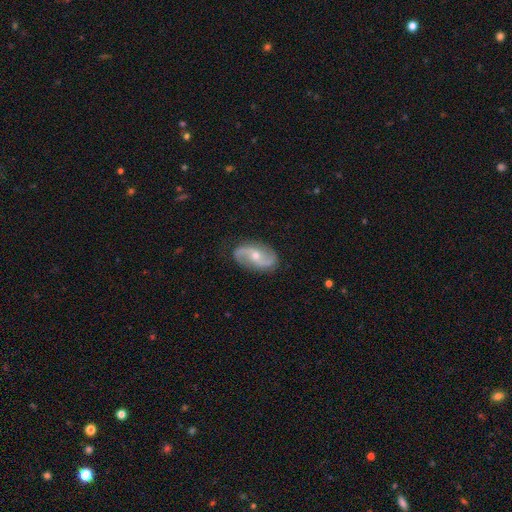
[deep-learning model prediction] A featured or disk galaxy (86%) with no bar (53%), 2 (92%) loose (53%) spiral arms (96%) and a moderate central bulge (50%).

Vote fractions:
- Smooth or featured? featured or disk: 86% / smooth: 9% / star or artifact: 5%
- Edge-on disk? no: 96% / yes: 4%
- Bar? no: 53% / weak: 34% / strong: 13%
- Spiral arms? yes: 96% / no: 4%
- Spiral winding? loose: 53% / medium: 34% / tight: 13%
- Spiral arm count? 2: 92% / can't tell: 3% / 1: 1% / 3: 1% / 4: 1% / more than 4: 1%
- Bulge size? moderate: 50% / small: 46% / large: 1% / none: 1% / dominant: 1%
- Merging? none: 84% / minor disturbance: 12% / major disturbance: 3% / merger: 1%